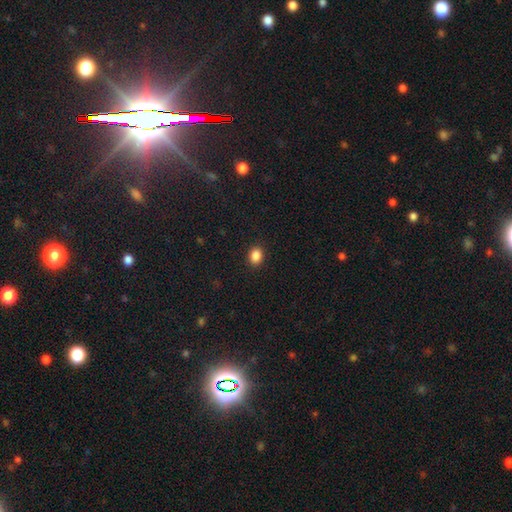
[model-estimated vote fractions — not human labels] A smooth galaxy with no disk features (87%) that is in between round and cigar-shaped (60%).

Vote fractions:
- Smooth or featured? smooth: 87% / star or artifact: 10% / featured or disk: 3%
- How rounded? in between: 60% / round: 39% / cigar-shaped: 1%
- Merging? none: 90% / minor disturbance: 7% / major disturbance: 2% / merger: 1%